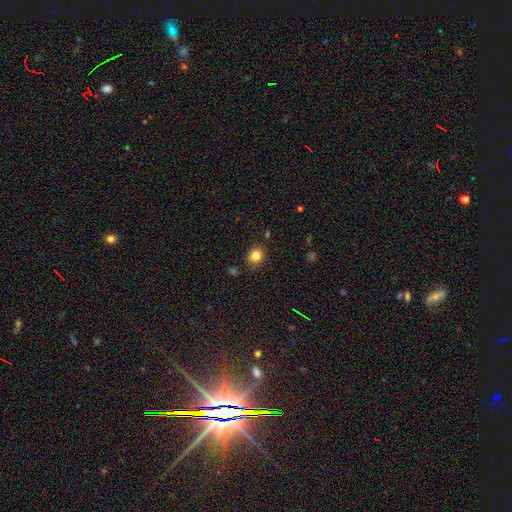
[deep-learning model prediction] This appears to be a smooth galaxy with no disk features (81%) that is round (70%). Merging: none (85%).